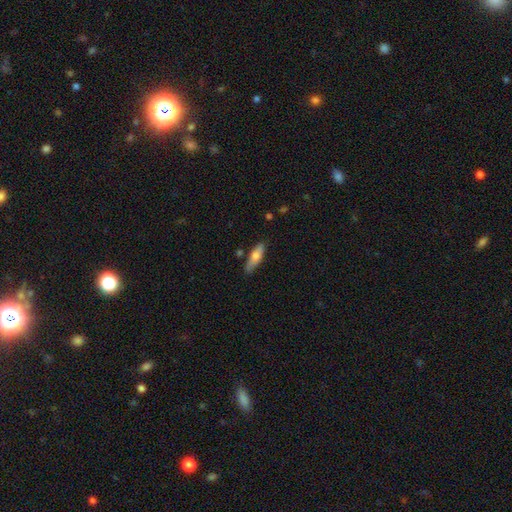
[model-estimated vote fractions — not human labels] This appears to be a smooth galaxy with no disk features (66%) that is cigar-shaped (55%). Merging: none (79%).